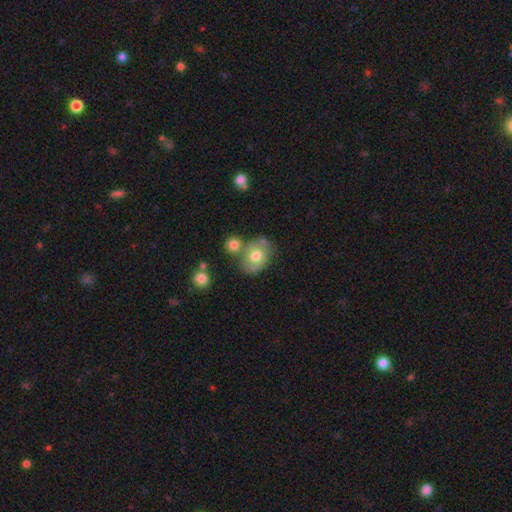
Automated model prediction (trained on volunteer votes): Q: Smooth or featured?
A: smooth (52%); runner-up: featured or disk (40%)
Q: How rounded?
A: in between (53%); runner-up: round (46%)
Q: Merging?
A: none (54%); runner-up: merger (20%)